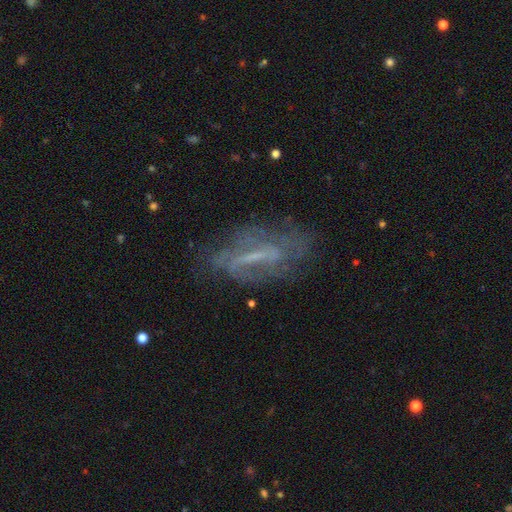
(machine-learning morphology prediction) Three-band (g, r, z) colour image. It shows a featured or disk galaxy (67%) with a strong bar (43%), spiral arms (58%) and no central bulge (39%). Merging: none (61%).